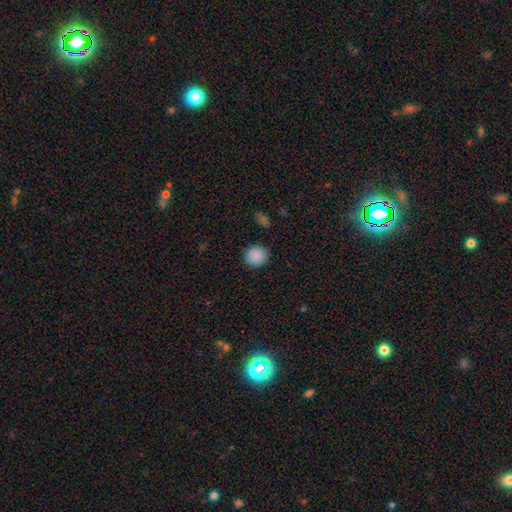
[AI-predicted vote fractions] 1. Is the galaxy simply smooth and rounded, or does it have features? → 89% smooth, 8% star or artifact, 3% featured or disk.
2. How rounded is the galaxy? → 92% round, 7% in between, 1% cigar-shaped.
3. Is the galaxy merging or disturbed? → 90% none, 7% minor disturbance, 2% major disturbance, 1% merger.